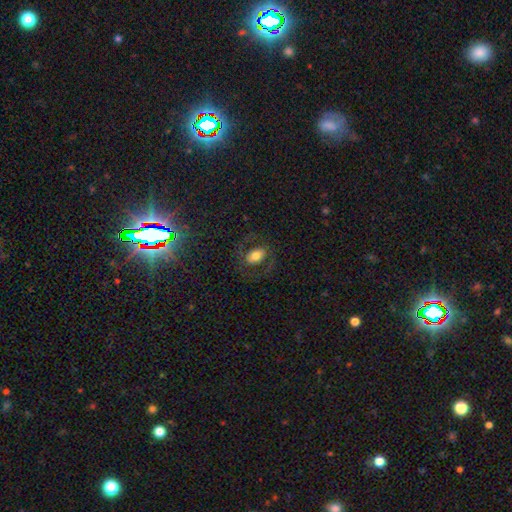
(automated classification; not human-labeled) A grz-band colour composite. It shows a smooth galaxy with no disk features (57%) that is in between round and cigar-shaped (83%). Merging: none (72%).